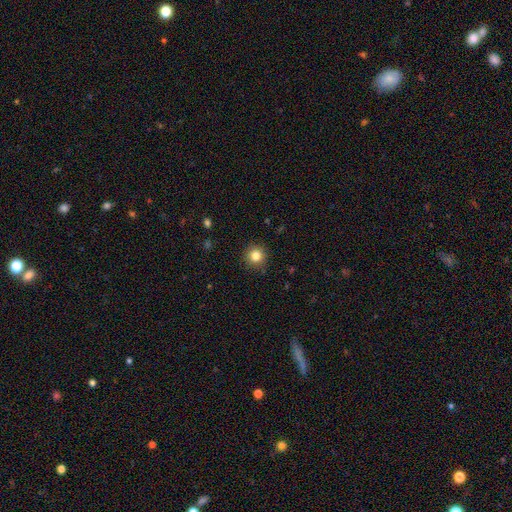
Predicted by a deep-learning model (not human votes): A smooth galaxy with no disk features (83%) that is round (94%). Merging: none (90%).